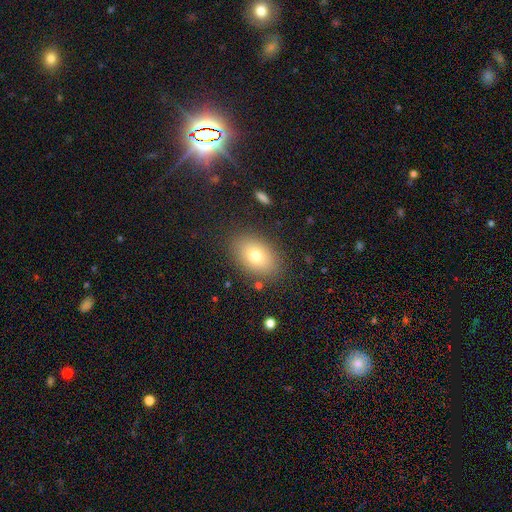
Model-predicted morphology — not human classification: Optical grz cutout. It shows a smooth galaxy with no disk features (78%) that is in between round and cigar-shaped (86%). Merging: none (84%).